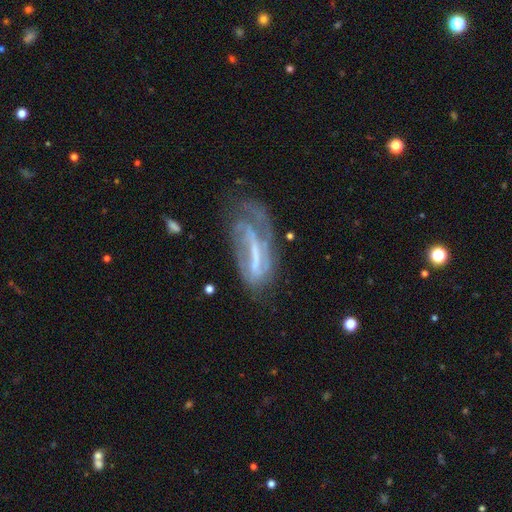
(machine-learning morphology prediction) Smooth or featured: featured or disk — 74% (smooth — 18%)
Edge-on disk: no — 85% (yes — 15%)
Bar: strong — 58% (weak — 26%)
Spiral arms: yes — 71% (no — 29%)
Bulge size: none — 43% (small — 32%)
Merging: none — 42% (major disturbance — 29%)